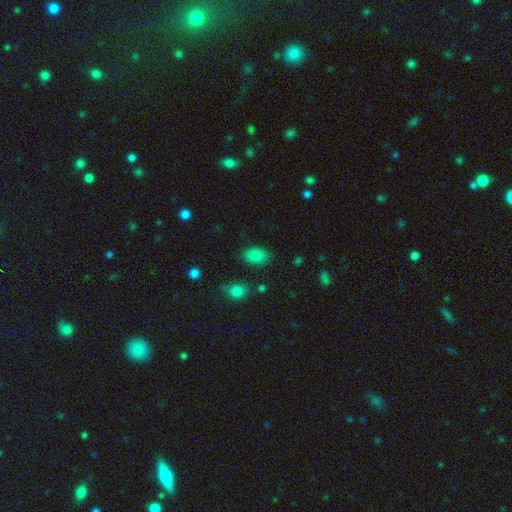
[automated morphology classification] smooth 85%, star or artifact 9%, featured or disk 6%. Down the decision tree: how rounded — in between (86%); merging — none (81%).